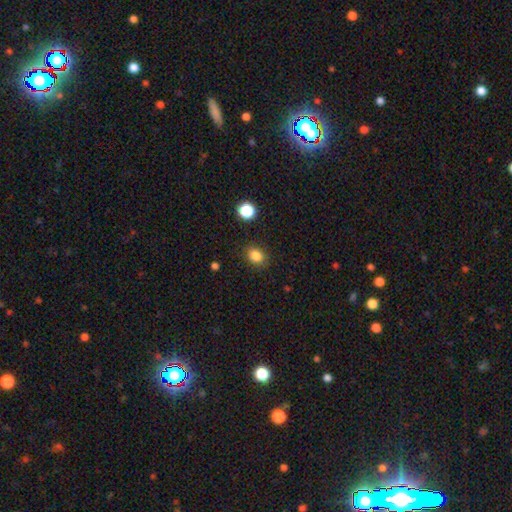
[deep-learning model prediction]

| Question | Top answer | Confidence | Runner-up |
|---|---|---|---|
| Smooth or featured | smooth | 84% | star or artifact (11%) |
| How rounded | in between | 53% | round (46%) |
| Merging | none | 86% | minor disturbance (10%) |